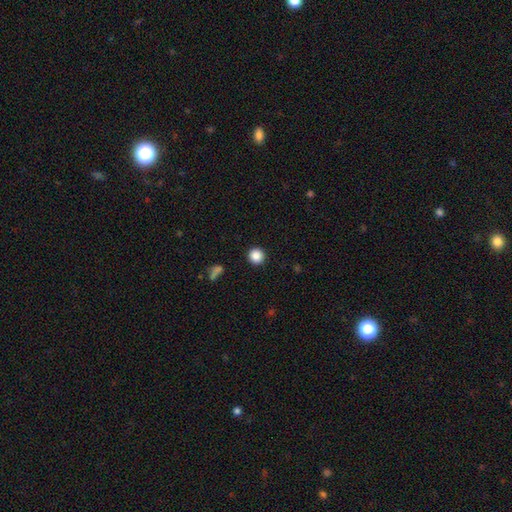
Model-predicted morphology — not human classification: type=smooth (87%); roundness=round (95%); merging=none (93%).